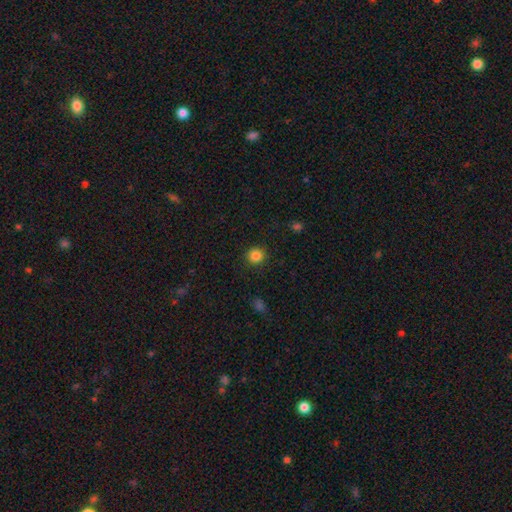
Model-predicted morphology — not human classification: smooth_or_featured: smooth (p=0.85) [alt: star or artifact p=0.11]
how_rounded: round (p=0.92) [alt: in between p=0.07]
merging: none (p=0.90) [alt: minor disturbance p=0.06]